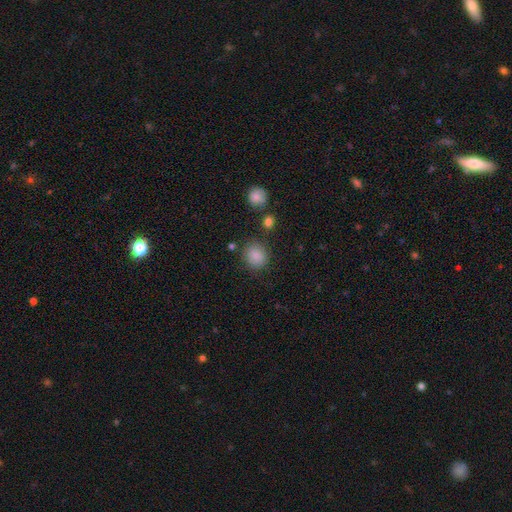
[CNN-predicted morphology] A smooth galaxy with no disk features (86%) that is round (78%).

Vote fractions:
- Smooth or featured? smooth: 86% / star or artifact: 10% / featured or disk: 4%
- How rounded? round: 78% / in between: 21% / cigar-shaped: 1%
- Merging? none: 82% / minor disturbance: 11% / major disturbance: 4% / merger: 3%